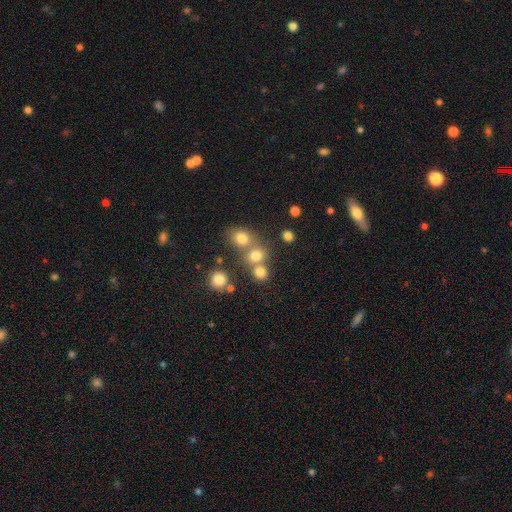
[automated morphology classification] This appears to be a smooth galaxy with no disk features (74%) that is round (78%). Merging: none (51%).